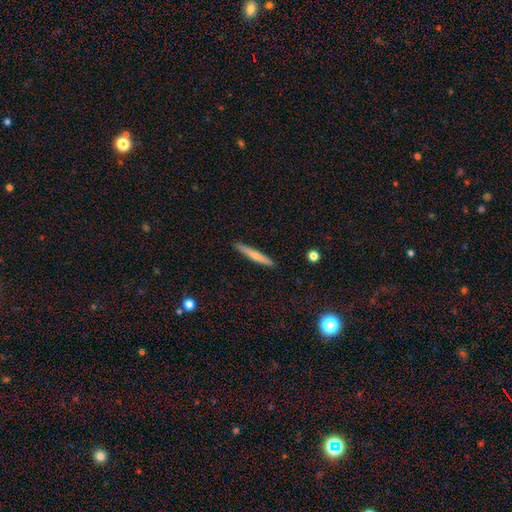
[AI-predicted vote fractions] Morphology: type=smooth (61%); roundness=cigar-shaped (95%); merging=none (90%).